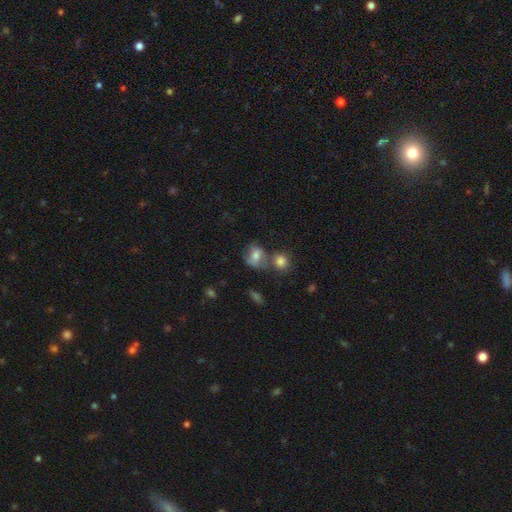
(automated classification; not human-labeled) smooth_or_featured: smooth (p=0.67) [alt: featured or disk p=0.23]
how_rounded: round (p=0.55) [alt: in between p=0.44]
merging: none (p=0.40) [alt: merger p=0.31]